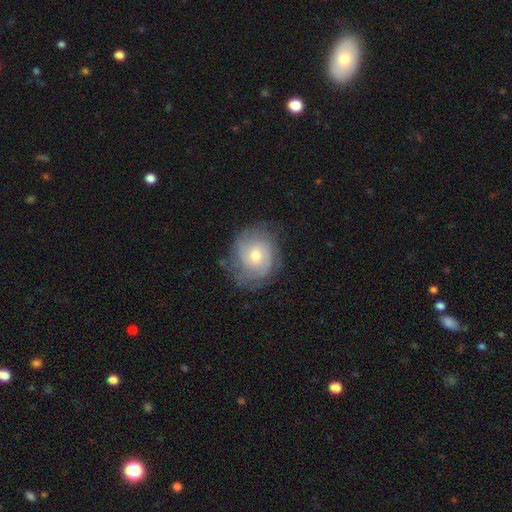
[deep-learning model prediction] Smooth or featured: featured or disk — 65% (smooth — 27%)
Edge-on disk: no — 97% (yes — 3%)
Bar: no — 71% (weak — 25%)
Spiral arms: yes — 86% (no — 14%)
Spiral winding: tight — 57% (medium — 31%)
Spiral arm count: can't tell — 38% (2 — 33%)
Bulge size: moderate — 60% (small — 36%)
Merging: none — 72% (minor disturbance — 19%)